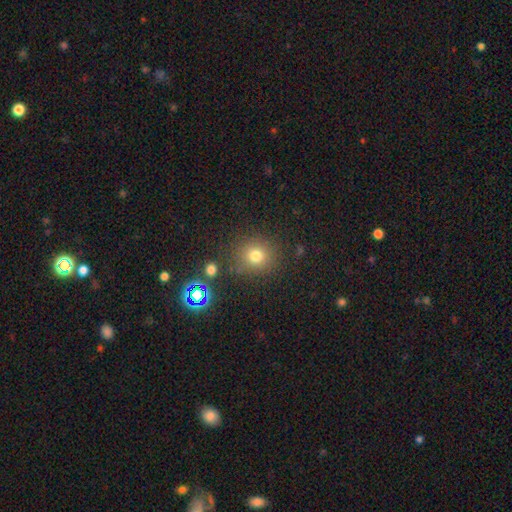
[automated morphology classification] smooth_or_featured: smooth (p=0.74) [alt: star or artifact p=0.18]
how_rounded: round (p=0.88) [alt: in between p=0.11]
merging: none (p=0.82) [alt: minor disturbance p=0.10]